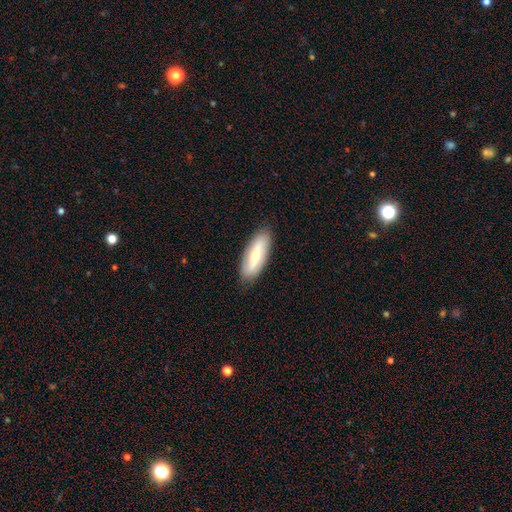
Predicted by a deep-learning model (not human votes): smooth-or-featured: smooth: 48% | featured or disk: 46% | star or artifact: 5%
  merging: none: 86% | minor disturbance: 11% | major disturbance: 2% | merger: 1%